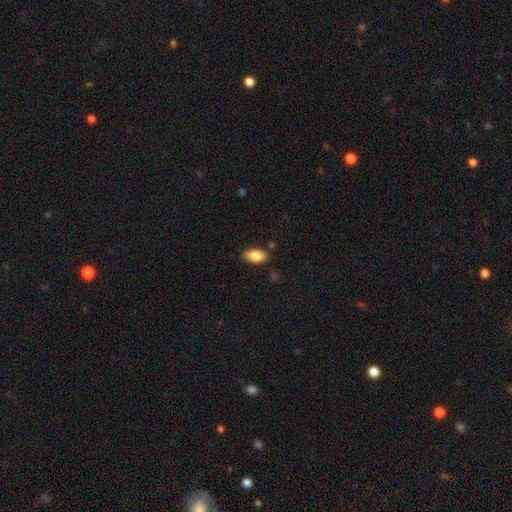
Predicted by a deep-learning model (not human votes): This appears to be a smooth galaxy with no disk features (83%) that is in between round and cigar-shaped (92%). Merging: none (83%).